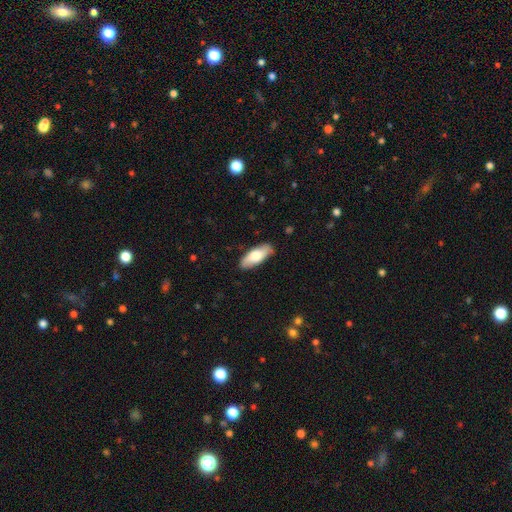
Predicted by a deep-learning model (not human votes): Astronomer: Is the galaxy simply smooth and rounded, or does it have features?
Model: smooth — 69%.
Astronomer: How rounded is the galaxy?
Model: in between — 76%.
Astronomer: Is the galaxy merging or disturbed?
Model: none — 86%.